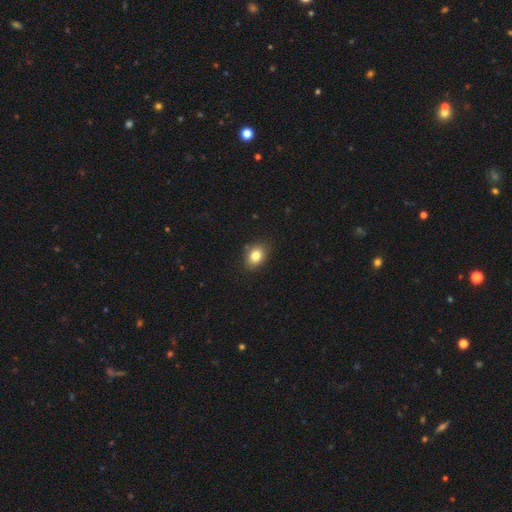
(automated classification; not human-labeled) A smooth galaxy with no disk features (82%) that is in between round and cigar-shaped (61%). Merging: none (85%).